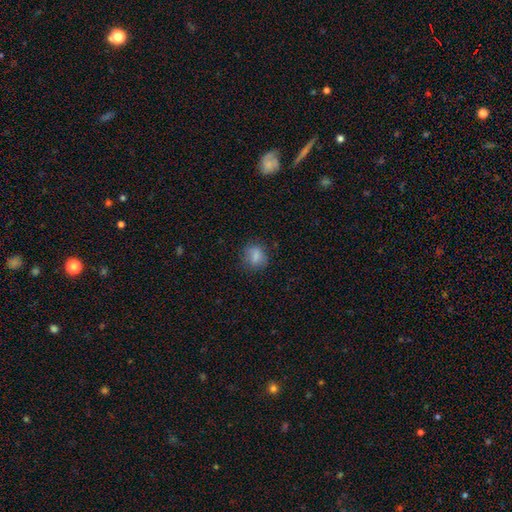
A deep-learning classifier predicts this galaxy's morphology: type=smooth (79%); roundness=round (63%); merging=none (75%).